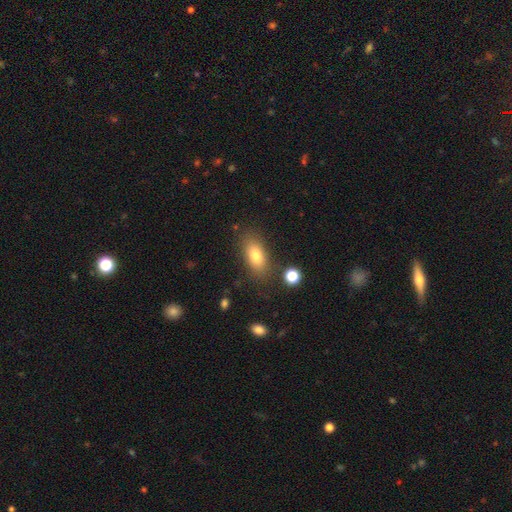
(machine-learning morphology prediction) type=smooth (78%); roundness=in between (86%); merging=none (80%).